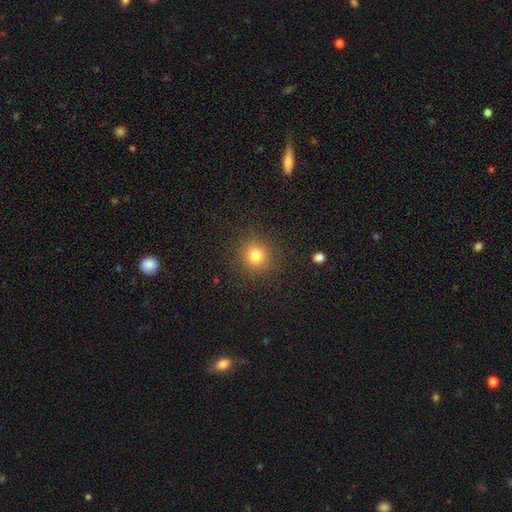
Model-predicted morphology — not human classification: Smooth or featured: smooth — 80% (star or artifact — 13%)
How rounded: round — 91% (in between — 8%)
Merging: none — 89% (minor disturbance — 7%)